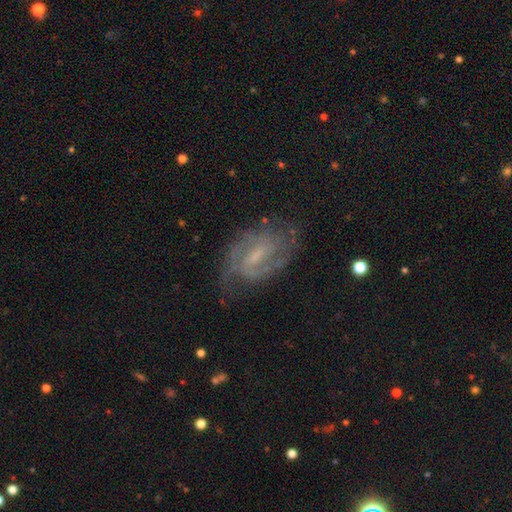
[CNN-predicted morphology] This appears to be a featured or disk galaxy (81%) with a weak bar (58%), 2 (70%) medium (47%) spiral arms (95%) and a small central bulge (53%). Merging: none (71%).